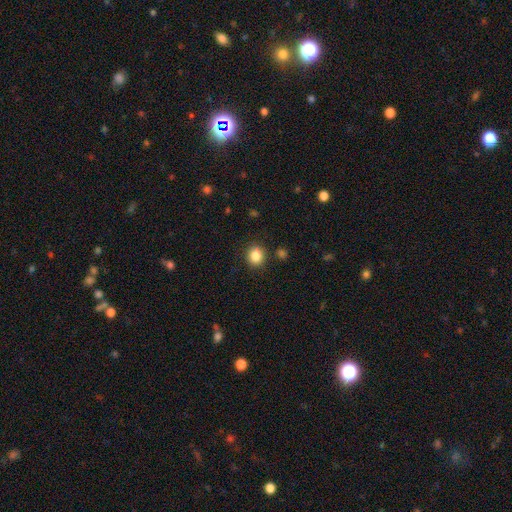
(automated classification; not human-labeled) Smooth or featured? smooth (85%)
How rounded? round (78%)
Merging? none (86%)